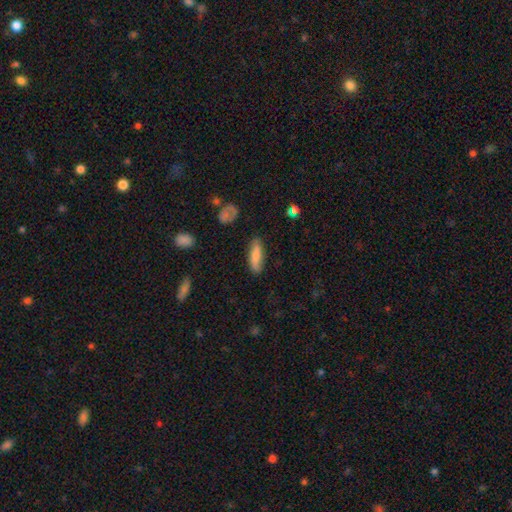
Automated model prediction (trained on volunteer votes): This appears to be a smooth galaxy with no disk features (79%) that is cigar-shaped (58%). Merging: none (80%).